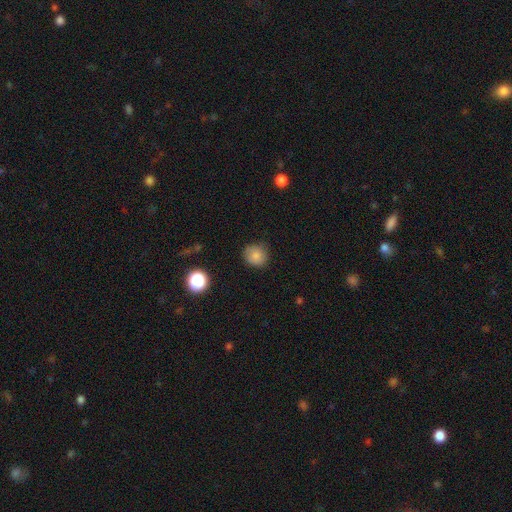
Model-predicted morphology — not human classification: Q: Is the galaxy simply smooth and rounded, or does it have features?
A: smooth — 83%.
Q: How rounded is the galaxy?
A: round — 85%.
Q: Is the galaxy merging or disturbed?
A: none — 80%.